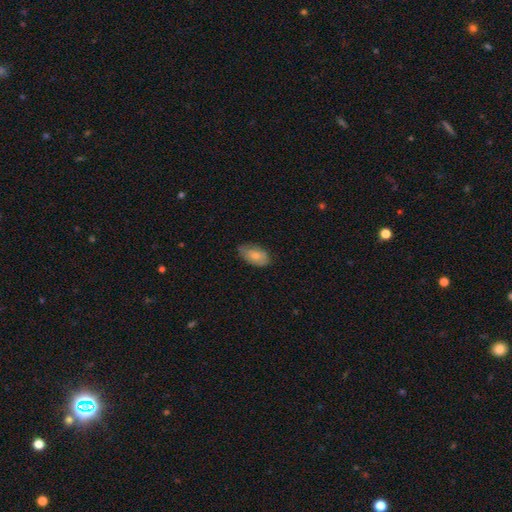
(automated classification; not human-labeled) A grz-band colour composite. It shows a smooth galaxy with no disk features (77%) that is in between round and cigar-shaped (93%). Merging: none (72%).